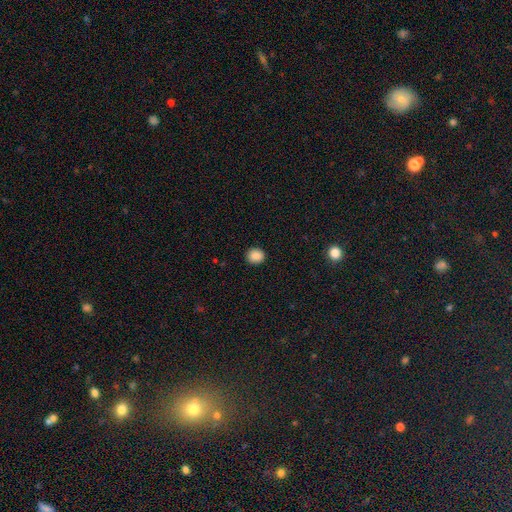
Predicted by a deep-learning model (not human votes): A smooth galaxy with no disk features (88%) that is round (84%).

Vote fractions:
- Smooth or featured? smooth: 88% / star or artifact: 9% / featured or disk: 3%
- How rounded? round: 84% / in between: 15% / cigar-shaped: 1%
- Merging? none: 91% / minor disturbance: 6% / major disturbance: 2% / merger: 1%